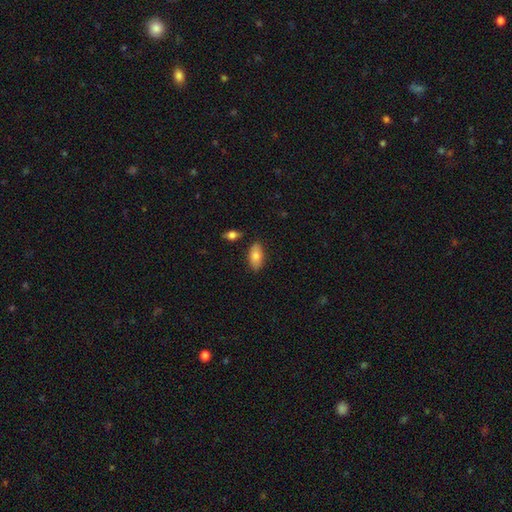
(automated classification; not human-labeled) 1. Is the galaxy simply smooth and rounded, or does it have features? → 80% smooth, 13% featured or disk, 7% star or artifact.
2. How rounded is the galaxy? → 90% in between, 7% cigar-shaped, 3% round.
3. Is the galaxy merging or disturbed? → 83% none, 11% minor disturbance, 3% merger, 2% major disturbance.